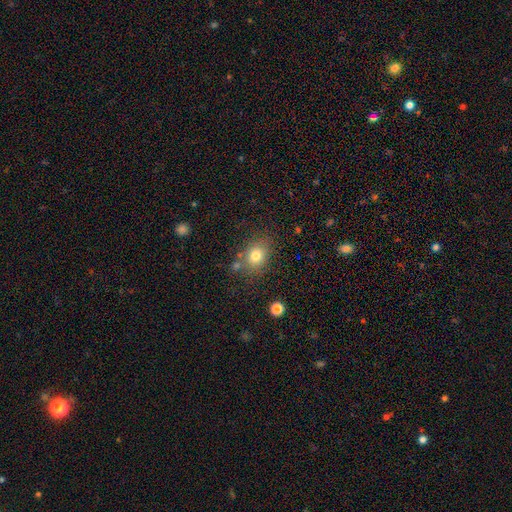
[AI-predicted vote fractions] This appears to be a smooth galaxy with no disk features (77%) that is in between round and cigar-shaped (52%). Merging: none (72%).